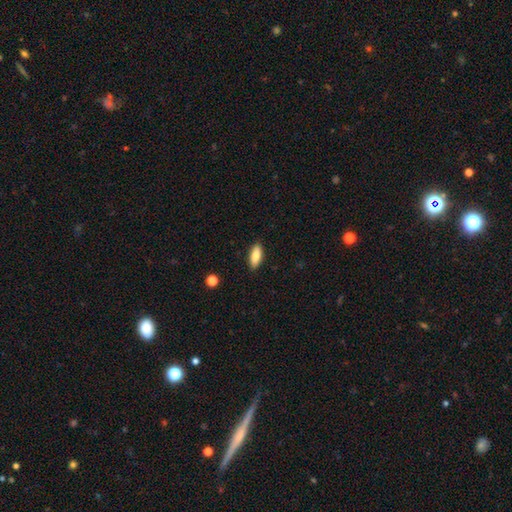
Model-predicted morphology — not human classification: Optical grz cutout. It shows a smooth galaxy with no disk features (85%) that is in between round and cigar-shaped (74%). Merging: none (89%).